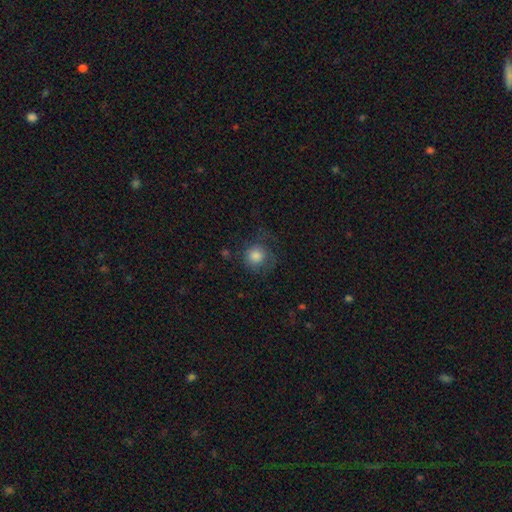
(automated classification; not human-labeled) The model was most divided on "merging": none: 63%, minor disturbance: 20%, major disturbance: 15%, merger: 2%. More confident: how rounded — round (91%); smooth or featured — smooth (81%).